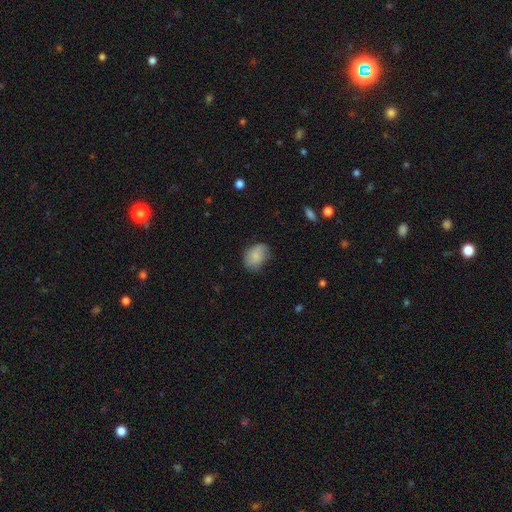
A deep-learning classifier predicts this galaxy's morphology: This appears to be a smooth galaxy with no disk features (78%) that is in between round and cigar-shaped (69%). Merging: none (61%).